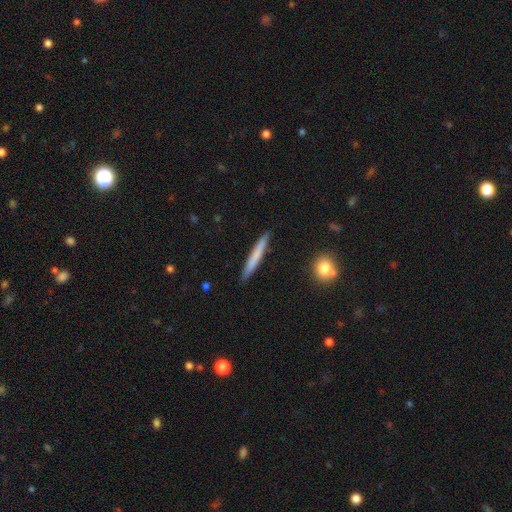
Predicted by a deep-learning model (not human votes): Smooth or featured?
  - smooth: 68% *
  - featured or disk: 26%
  - star or artifact: 6%
How rounded?
  - cigar-shaped: 96% *
  - in between: 3%
  - round: 1%
Merging?
  - none: 90% *
  - minor disturbance: 7%
  - major disturbance: 1%
  - merger: 1%